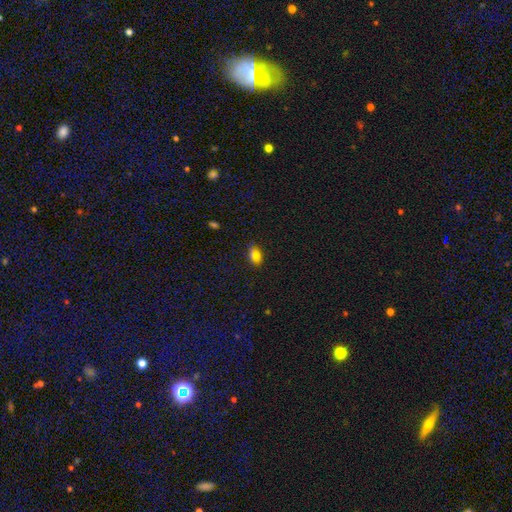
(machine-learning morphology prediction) A smooth galaxy with no disk features (70%) that is in between round and cigar-shaped (81%).

Vote fractions:
- Smooth or featured? smooth: 70% / star or artifact: 19% / featured or disk: 11%
- How rounded? in between: 81% / round: 15% / cigar-shaped: 3%
- Merging? none: 68% / minor disturbance: 19% / merger: 7% / major disturbance: 5%